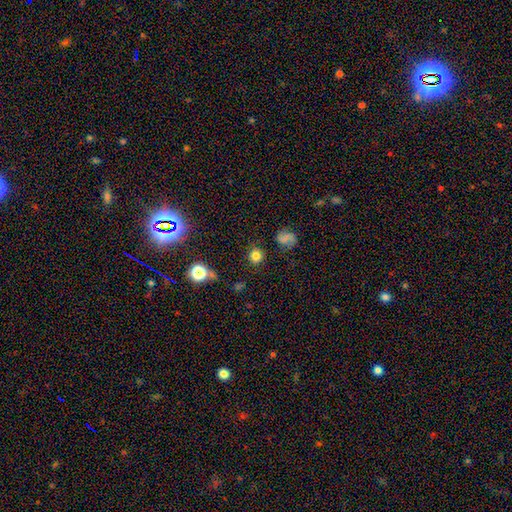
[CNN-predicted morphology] Smooth or featured? smooth (77%)
How rounded? round (87%)
Merging? none (84%)